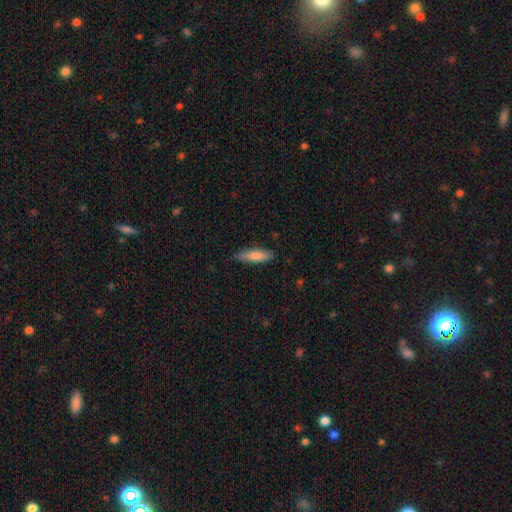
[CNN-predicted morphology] The model was most divided on "how rounded": cigar-shaped: 66%, in between: 32%, round: 2%. More confident: merging — none (78%); smooth or featured — smooth (78%).